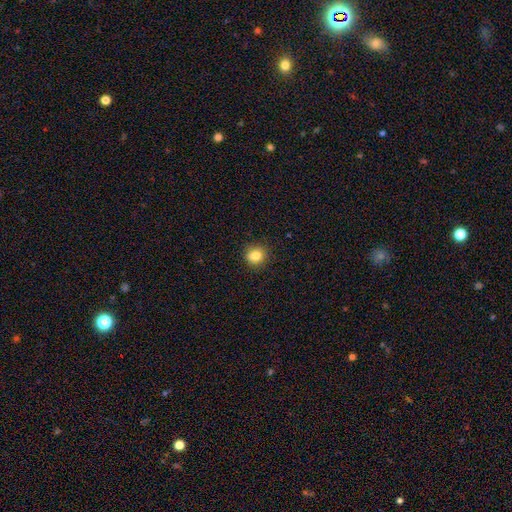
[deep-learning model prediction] This appears to be a smooth galaxy with no disk features (80%) that is round (81%). Merging: none (82%).